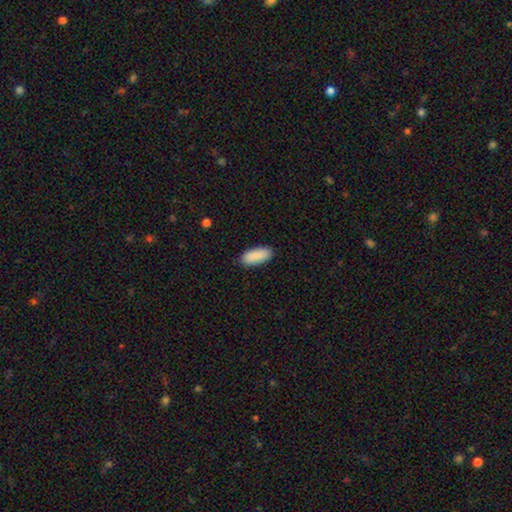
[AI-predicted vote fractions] A smooth galaxy with no disk features (91%) that is in between round and cigar-shaped (82%). Merging: none (89%).